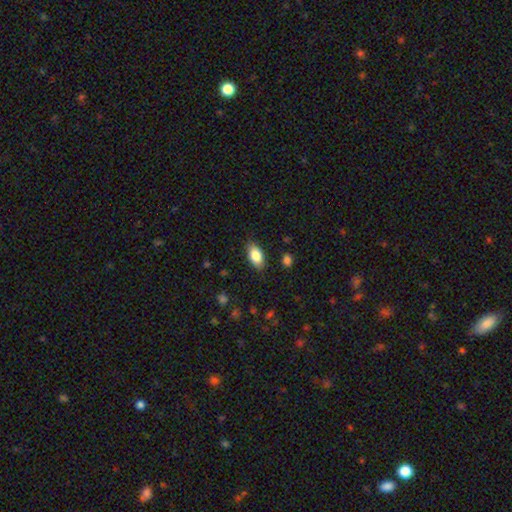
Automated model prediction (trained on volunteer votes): Q: Smooth or featured?
A: smooth (85%); runner-up: featured or disk (8%)
Q: How rounded?
A: in between (92%); runner-up: round (4%)
Q: Merging?
A: none (85%); runner-up: minor disturbance (11%)